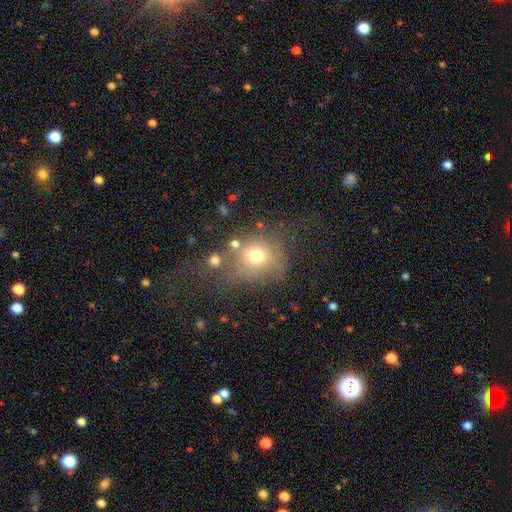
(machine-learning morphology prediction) Smooth or featured?
  - smooth: 70% *
  - star or artifact: 16%
  - featured or disk: 14%
How rounded?
  - round: 79% *
  - in between: 20%
  - cigar-shaped: 1%
Merging?
  - none: 55% *
  - minor disturbance: 18%
  - major disturbance: 15%
  - merger: 12%